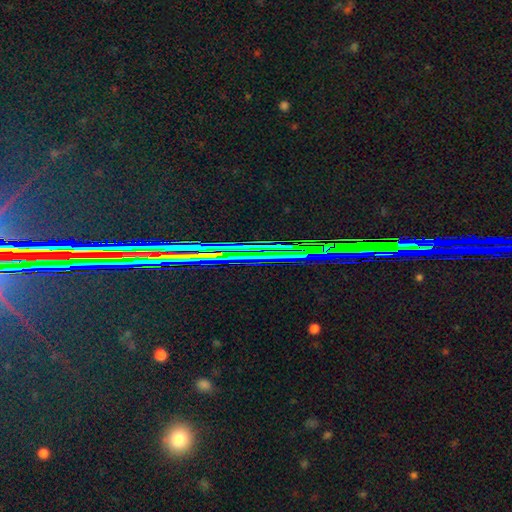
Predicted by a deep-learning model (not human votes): This appears to be a star or artifact, not a galaxy (84%).